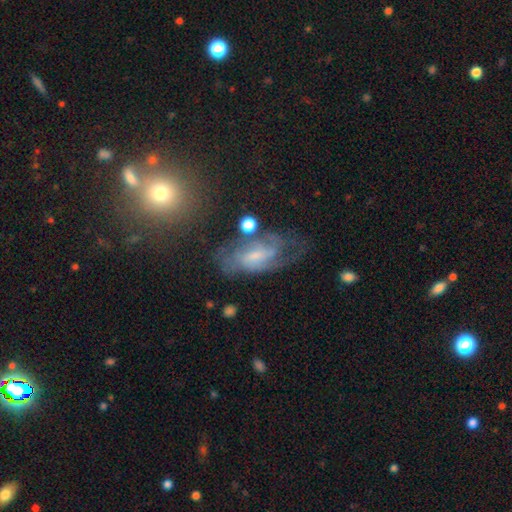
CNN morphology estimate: Smooth or featured?
  - featured or disk: 68% *
  - smooth: 23%
  - star or artifact: 9%
Edge-on disk?
  - no: 93% *
  - yes: 7%
Bar?
  - weak: 46% *
  - no: 41%
  - strong: 13%
Spiral arms?
  - yes: 83% *
  - no: 17%
Spiral winding?
  - medium: 43% *
  - tight: 39%
  - loose: 18%
Spiral arm count?
  - can't tell: 40% *
  - 2: 34%
  - 3: 12%
  - 1: 7%
  - 4: 4%
  - more than 4: 3%
Bulge size?
  - small: 53% *
  - moderate: 28%
  - none: 14%
  - large: 4%
  - dominant: 1%
Merging?
  - none: 48% *
  - minor disturbance: 23%
  - major disturbance: 22%
  - merger: 7%